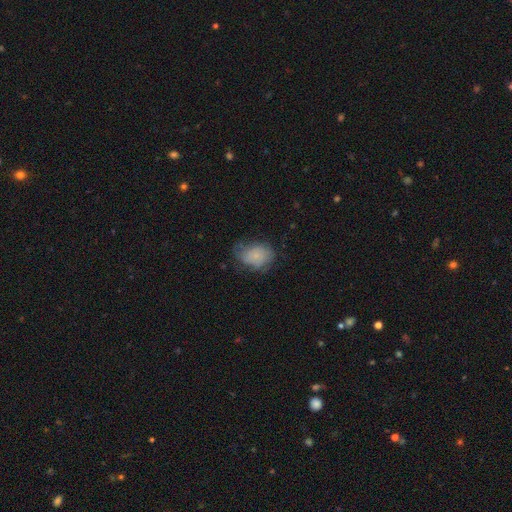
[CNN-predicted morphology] A smooth galaxy with no disk features (70%) that is in between round and cigar-shaped (63%). Merging: none (49%).